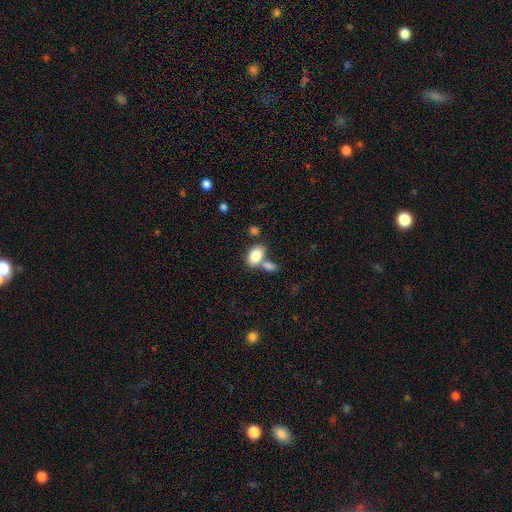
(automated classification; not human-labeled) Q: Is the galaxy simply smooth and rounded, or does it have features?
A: smooth — 83%.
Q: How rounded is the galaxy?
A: in between — 88%.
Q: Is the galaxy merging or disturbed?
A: none — 45%.